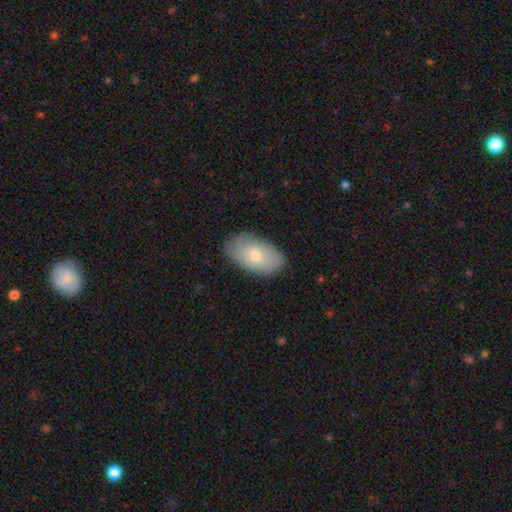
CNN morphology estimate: Smooth or featured? Predicted: smooth (p=0.65). How rounded? Predicted: in between (p=0.93). Merging? Predicted: none (p=0.79).